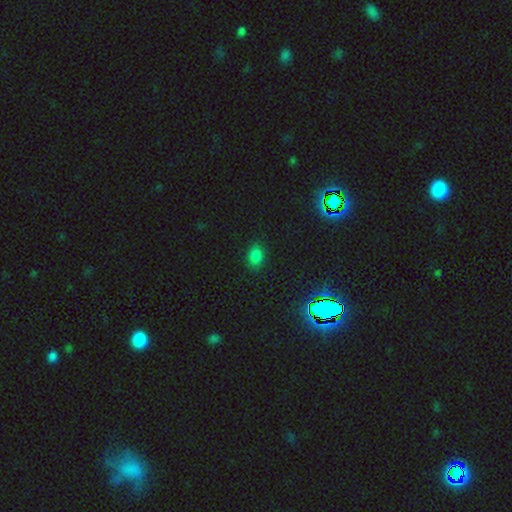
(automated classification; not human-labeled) Morphology: type=smooth (79%); roundness=in between (79%); merging=none (85%).